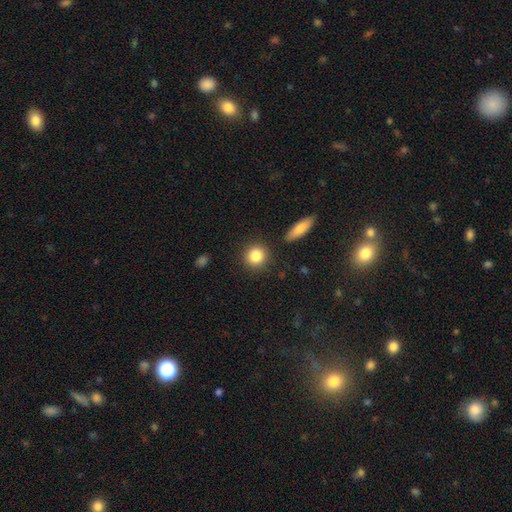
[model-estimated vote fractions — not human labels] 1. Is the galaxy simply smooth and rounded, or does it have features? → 86% smooth, 8% star or artifact, 6% featured or disk.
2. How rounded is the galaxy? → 87% round, 11% in between, 2% cigar-shaped.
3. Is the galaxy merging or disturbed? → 87% none, 7% minor disturbance, 3% merger, 2% major disturbance.